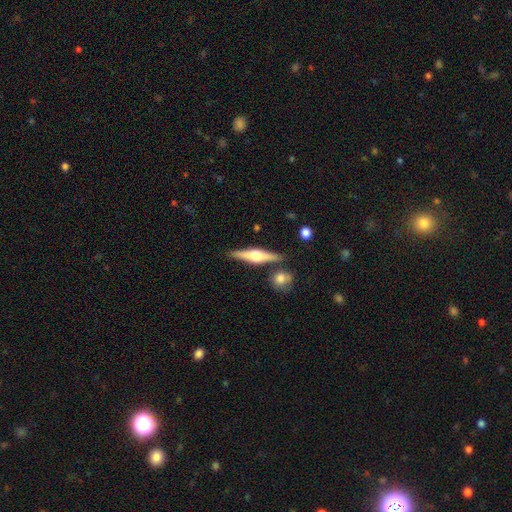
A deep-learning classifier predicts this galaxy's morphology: smooth_or_featured: featured or disk (p=0.69) [alt: smooth p=0.25]
disk_edge_on: yes (p=0.96) [alt: no p=0.04]
edge_on_bulge: rounded (p=0.93) [alt: boxy p=0.06]
merging: none (p=0.81) [alt: minor disturbance p=0.09]